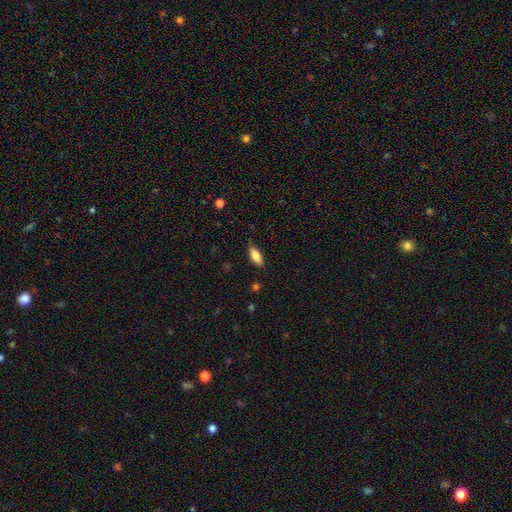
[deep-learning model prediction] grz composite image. It shows a smooth galaxy with no disk features (81%) that is in between round and cigar-shaped (81%). Merging: none (81%).